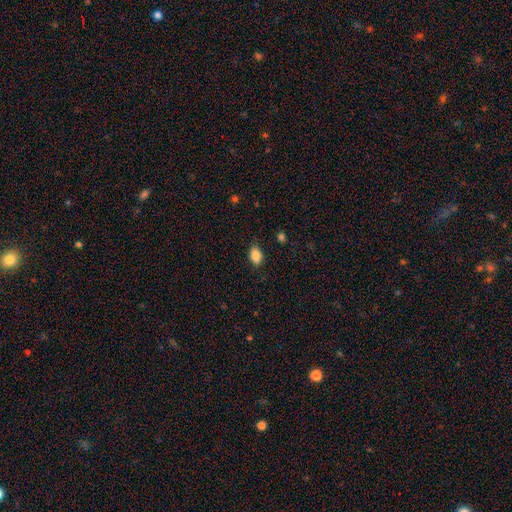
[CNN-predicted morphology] smooth 86%, star or artifact 9%, featured or disk 5%. Down the decision tree: how rounded — in between (83%); merging — none (78%).